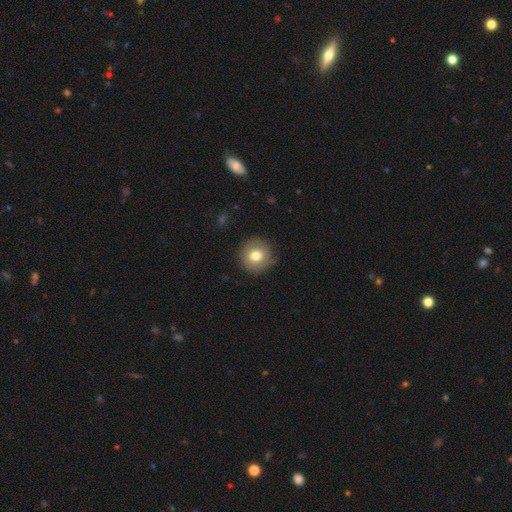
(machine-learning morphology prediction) Smooth or featured: smooth — 76% (featured or disk — 14%)
How rounded: round — 93% (in between — 6%)
Merging: none — 84% (minor disturbance — 12%)